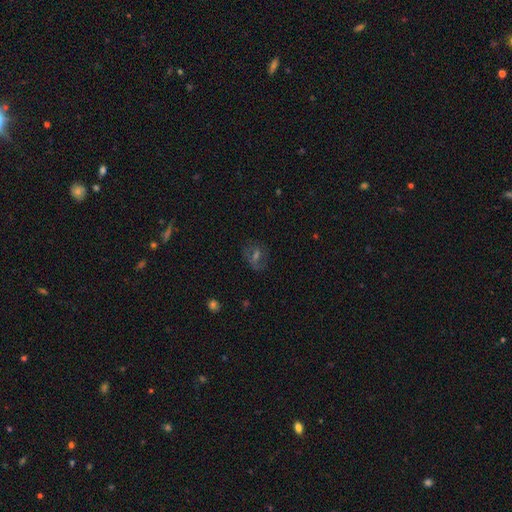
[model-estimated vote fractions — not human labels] Q: Smooth or featured?
A: featured or disk (42%); runner-up: smooth (32%)
Q: Merging?
A: none (73%); runner-up: minor disturbance (16%)